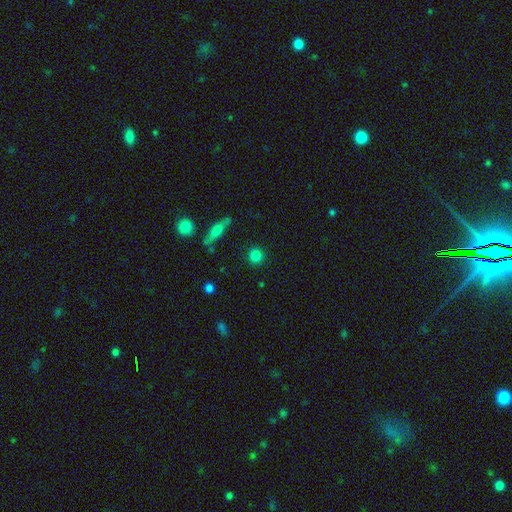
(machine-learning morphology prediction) Q: Smooth or featured?
A: smooth (83%); runner-up: star or artifact (11%)
Q: How rounded?
A: round (91%); runner-up: in between (7%)
Q: Merging?
A: none (89%); runner-up: minor disturbance (7%)